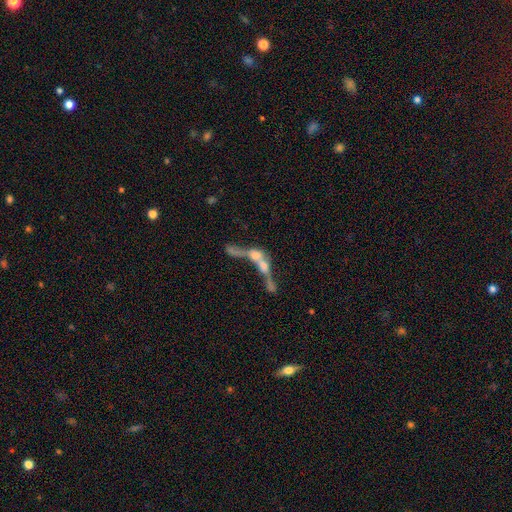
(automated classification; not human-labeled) Q: Smooth or featured?
A: featured or disk (49%); runner-up: smooth (34%)
Q: Merging?
A: merger (69%); runner-up: major disturbance (14%)